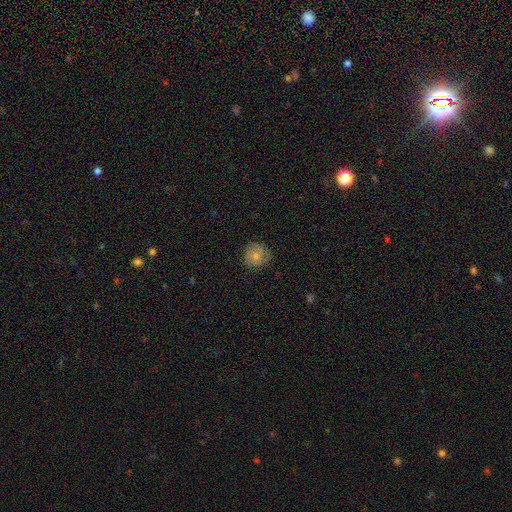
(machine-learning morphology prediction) Overall: smooth (61%; featured or disk 32%). How rounded: round (89%). Merging: none (73%).